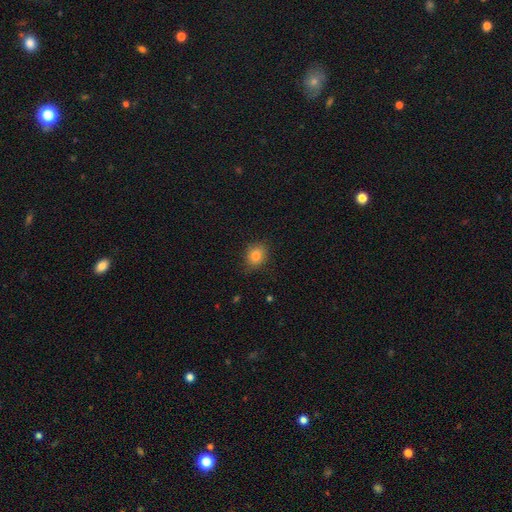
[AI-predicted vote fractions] This appears to be a smooth galaxy with no disk features (82%) that is round (55%). Merging: none (81%).